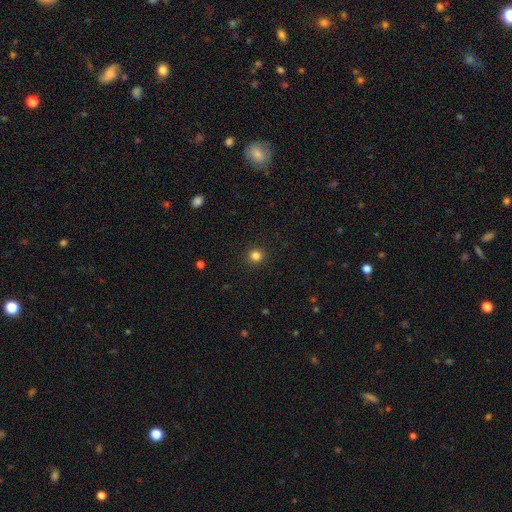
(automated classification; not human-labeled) This appears to be a smooth galaxy with no disk features (83%) that is round (92%). Merging: none (92%).